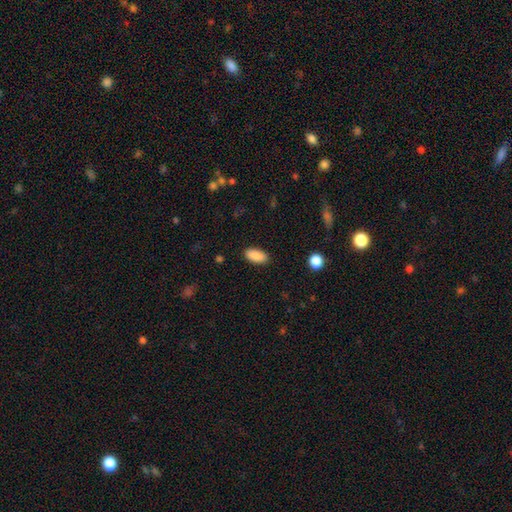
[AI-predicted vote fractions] A smooth galaxy with no disk features (89%) that is in between round and cigar-shaped (91%). Merging: none (89%).